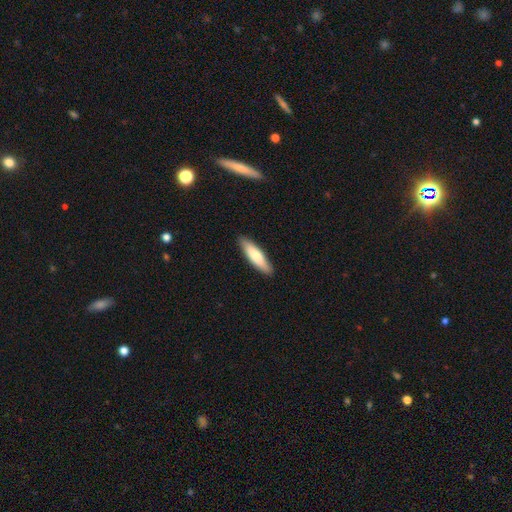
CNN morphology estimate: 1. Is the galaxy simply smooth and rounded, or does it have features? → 76% smooth, 19% featured or disk, 5% star or artifact.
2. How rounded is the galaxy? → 68% cigar-shaped, 31% in between, 1% round.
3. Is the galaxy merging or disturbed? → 89% none, 8% minor disturbance, 2% major disturbance, 1% merger.